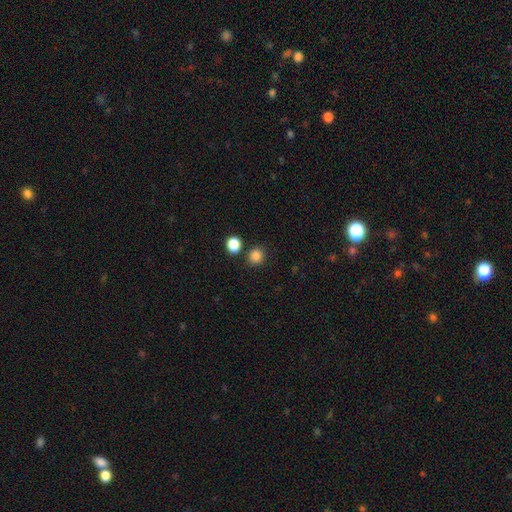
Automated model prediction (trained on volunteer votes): A smooth galaxy with no disk features (85%) that is round (84%). Merging: none (81%).